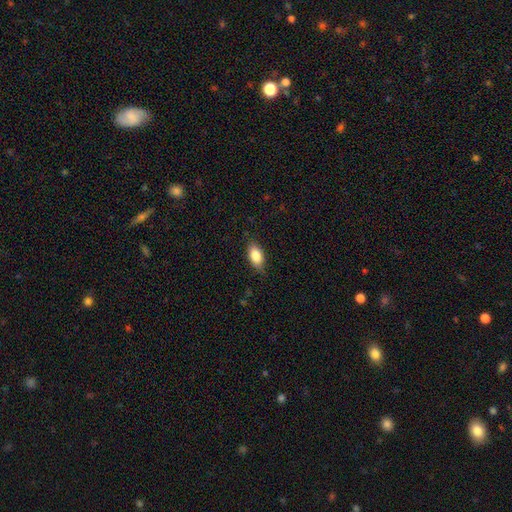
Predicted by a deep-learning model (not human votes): A smooth galaxy with no disk features (84%) that is in between round and cigar-shaped (89%).

Vote fractions:
- Smooth or featured? smooth: 84% / featured or disk: 9% / star or artifact: 7%
- How rounded? in between: 89% / cigar-shaped: 6% / round: 5%
- Merging? none: 82% / minor disturbance: 14% / major disturbance: 3% / merger: 1%